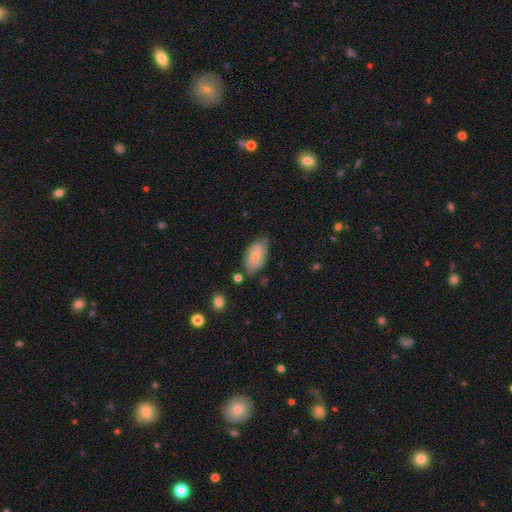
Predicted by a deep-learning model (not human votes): smooth 53%, featured or disk 40%, star or artifact 7%. Down the decision tree: how rounded — in between (92%); merging — none (60%).